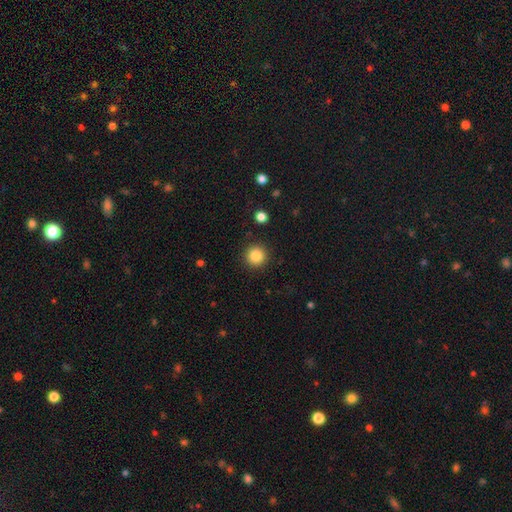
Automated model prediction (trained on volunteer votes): Smooth or featured? smooth (86%)
How rounded? round (95%)
Merging? none (91%)